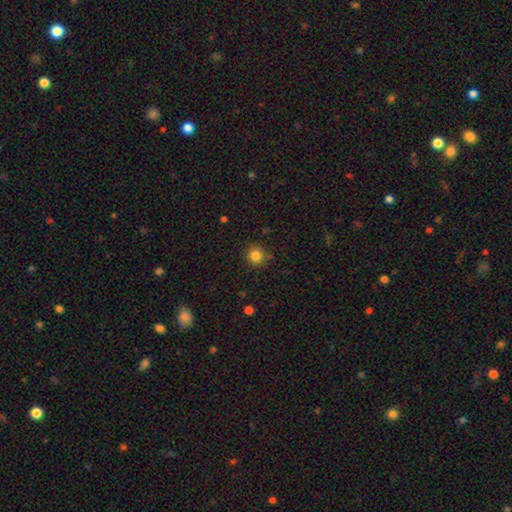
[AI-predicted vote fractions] Overall: smooth (83%). How rounded: round (92%). Merging: none (87%).